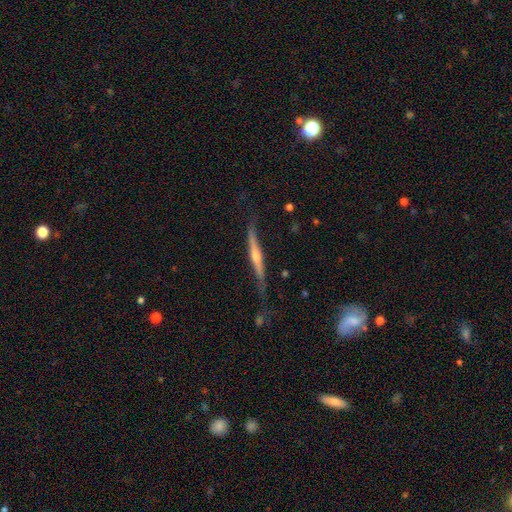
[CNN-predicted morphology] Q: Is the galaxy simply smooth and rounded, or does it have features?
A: featured or disk — 80%.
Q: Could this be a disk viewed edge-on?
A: yes — 96%.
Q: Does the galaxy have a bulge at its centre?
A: rounded — 79%.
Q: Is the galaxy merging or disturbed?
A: none — 75%.